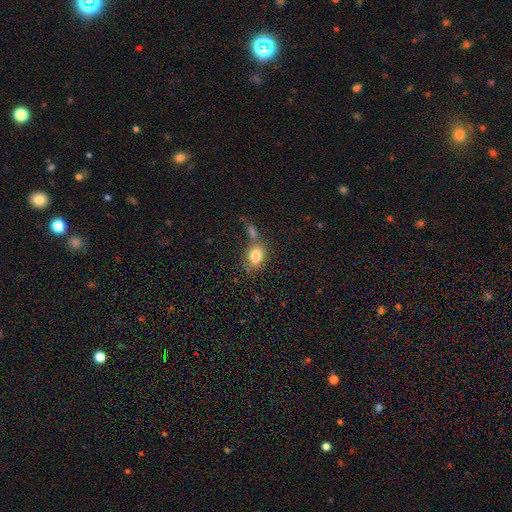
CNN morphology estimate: The model was most divided on "merging": none: 51%, merger: 29%, minor disturbance: 14%, major disturbance: 6%. More confident: smooth or featured — smooth (81%); how rounded — in between (70%).